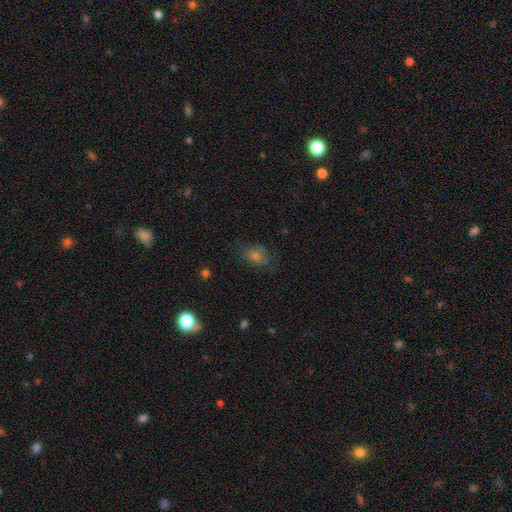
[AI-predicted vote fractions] Smooth or featured? smooth (57%)
How rounded? in between (60%)
Merging? none (73%)